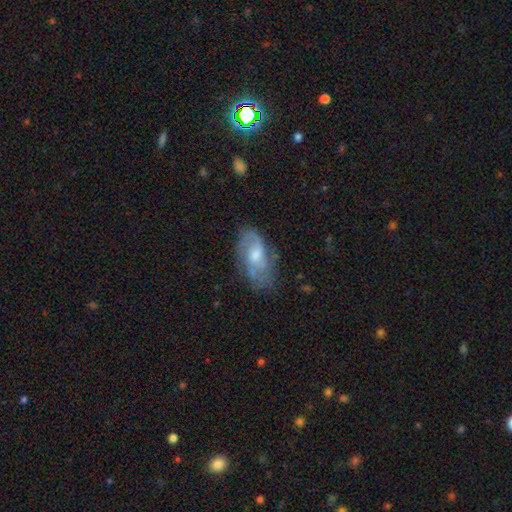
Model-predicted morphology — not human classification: Overall: featured or disk (63%; smooth 30%). Edge-on disk: no (93%). Bar: no (53%; weak 41%). Spiral arms: yes (82%). Bulge size: moderate (55%; small 32%). Merging: none (60%; minor disturbance 26%).